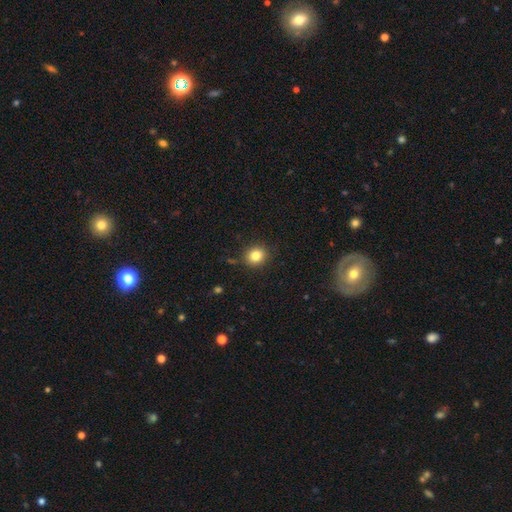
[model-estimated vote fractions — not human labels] Q: Smooth or featured?
A: smooth (82%); runner-up: star or artifact (11%)
Q: How rounded?
A: round (79%); runner-up: in between (20%)
Q: Merging?
A: none (88%); runner-up: minor disturbance (8%)